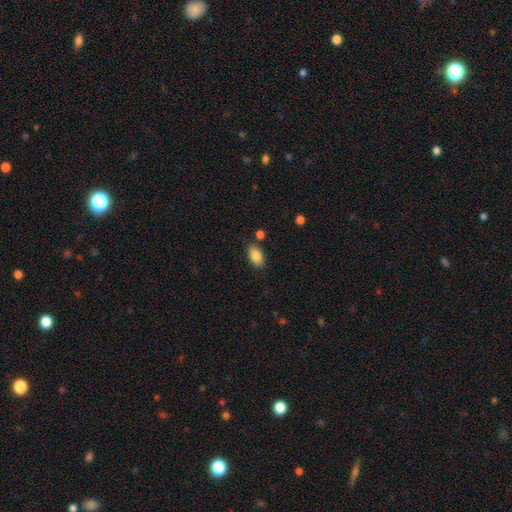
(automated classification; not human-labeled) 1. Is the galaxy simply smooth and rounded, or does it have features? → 86% smooth, 7% star or artifact, 6% featured or disk.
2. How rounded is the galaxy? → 92% in between, 6% round, 2% cigar-shaped.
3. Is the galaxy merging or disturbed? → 80% none, 12% minor disturbance, 5% merger, 3% major disturbance.